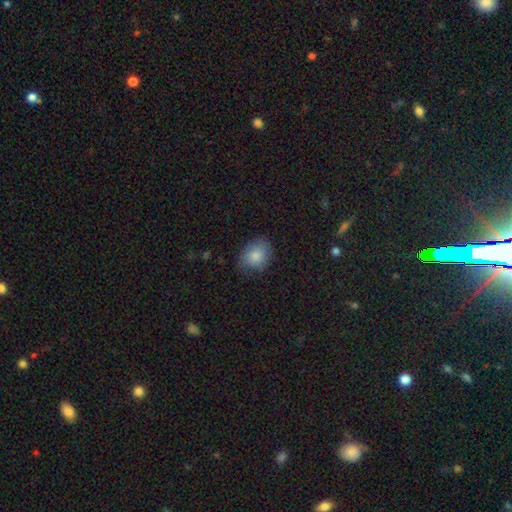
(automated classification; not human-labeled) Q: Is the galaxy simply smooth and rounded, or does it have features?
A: smooth — 83%.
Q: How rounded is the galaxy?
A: in between — 57%.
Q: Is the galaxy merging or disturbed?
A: none — 71%.